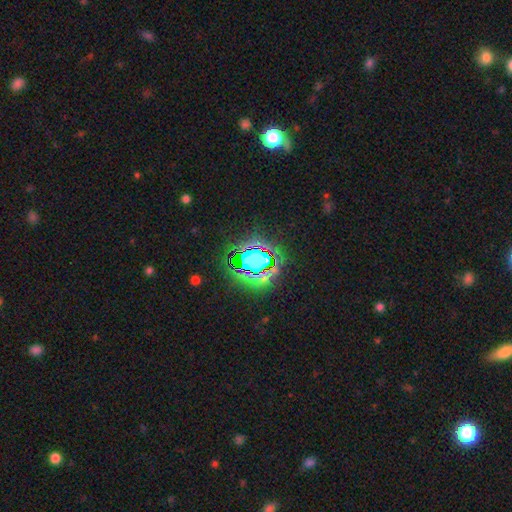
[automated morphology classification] Q: Smooth or featured?
A: star or artifact (70%); runner-up: smooth (17%)